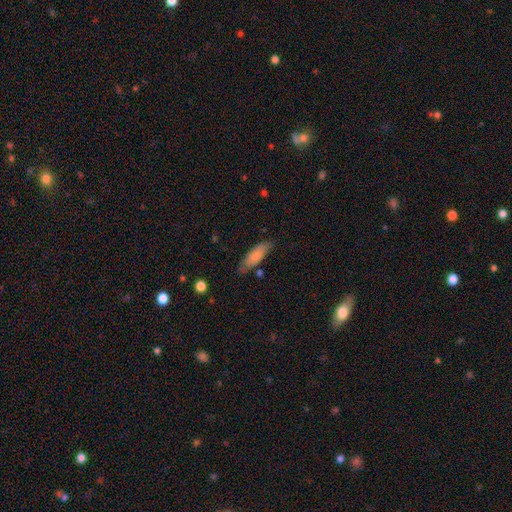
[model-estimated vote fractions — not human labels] This is likely a smooth galaxy (79%). How rounded: possibly in between (57%). Merging: likely none (74%).